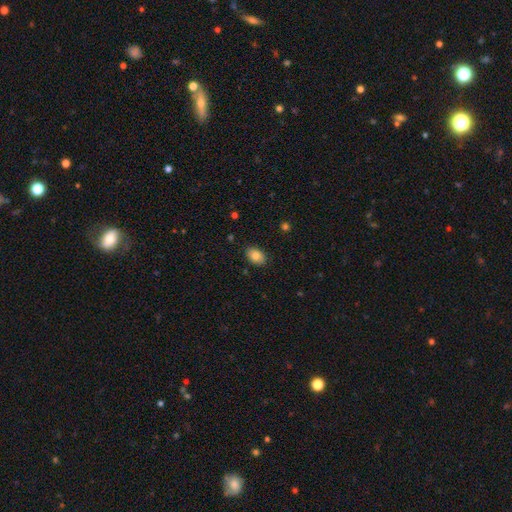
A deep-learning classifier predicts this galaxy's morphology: A smooth galaxy with no disk features (82%) that is in between round and cigar-shaped (85%). Merging: none (87%).